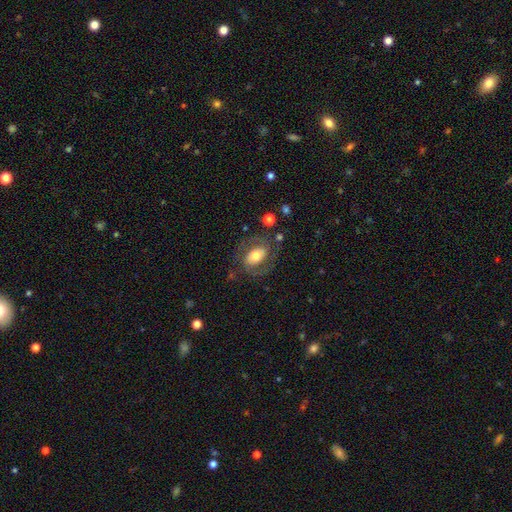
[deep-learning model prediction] This appears to be a featured or disk galaxy (60%) with no bar (49%), spiral arms (74%) and a moderate central bulge (57%). Merging: none (69%).